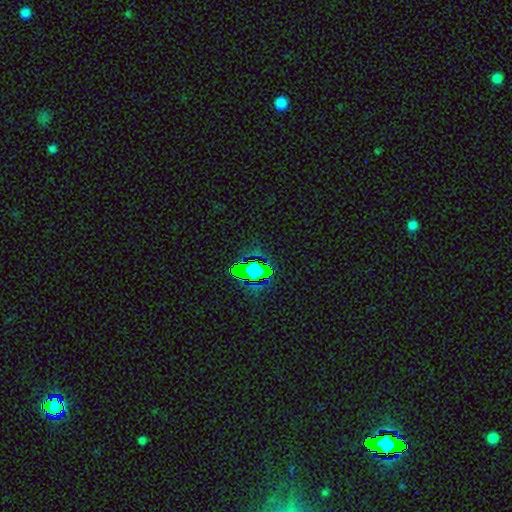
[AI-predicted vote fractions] Morphology: type=star or artifact (68%).